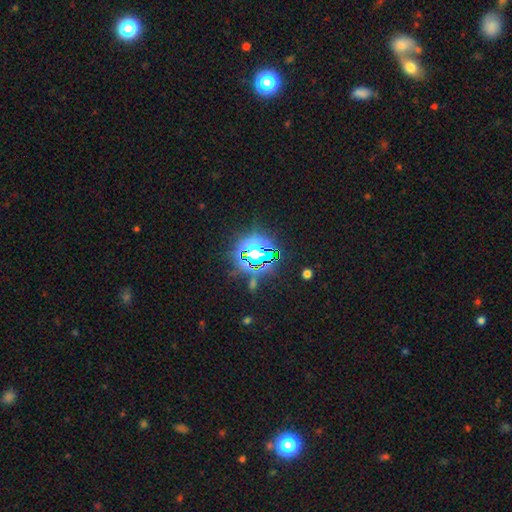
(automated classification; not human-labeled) Smooth or featured? star or artifact (79%)